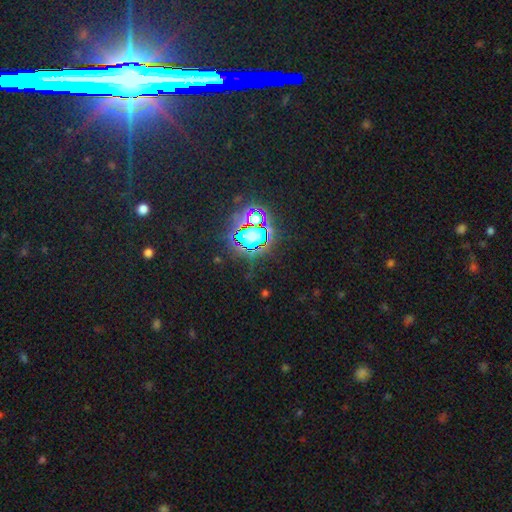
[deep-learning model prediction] smooth_or_featured: star or artifact (p=0.78) [alt: smooth p=0.13]